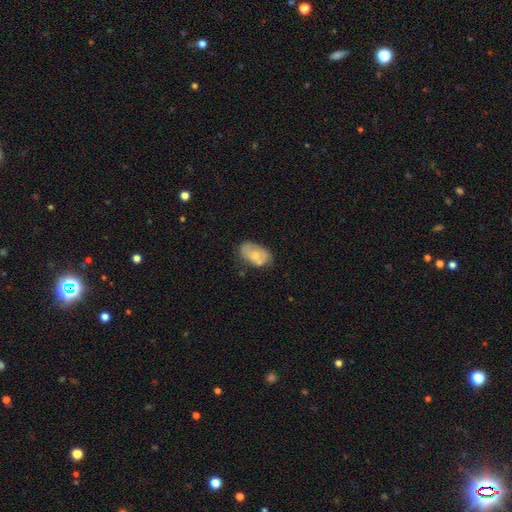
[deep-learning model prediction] The model was most divided on "smooth or featured": smooth: 56%, featured or disk: 37%, star or artifact: 7%. More confident: how rounded — in between (89%); merging — none (54%).